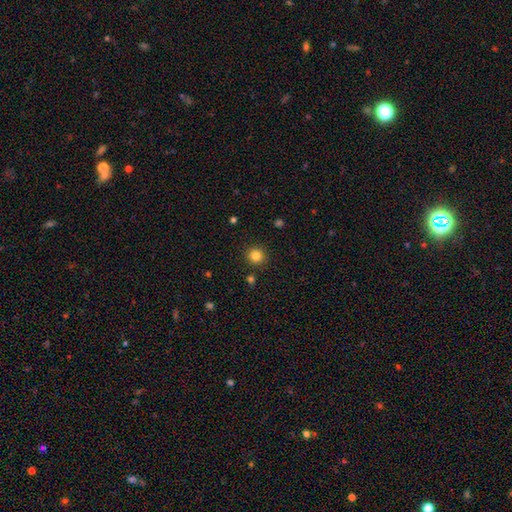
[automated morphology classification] type=smooth (83%); roundness=round (93%); merging=none (90%).